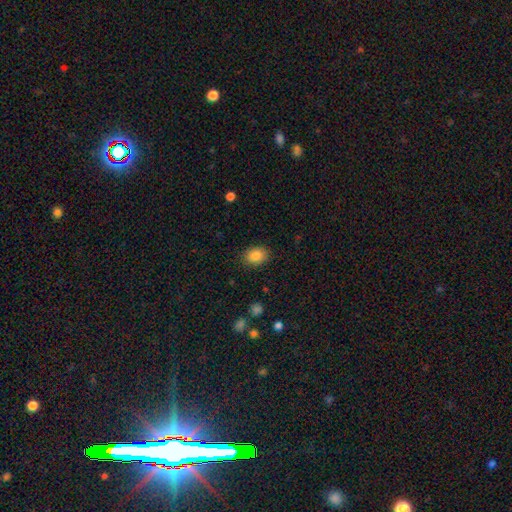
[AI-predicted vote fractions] Smooth or featured: smooth — 85% (star or artifact — 9%)
How rounded: in between — 63% (round — 36%)
Merging: none — 87% (minor disturbance — 9%)